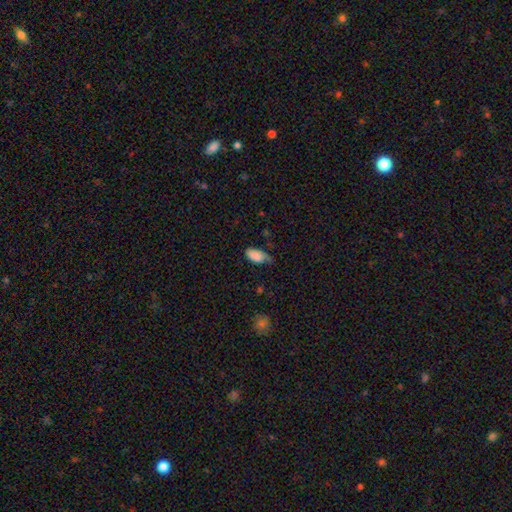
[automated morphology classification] A smooth galaxy with no disk features (83%) that is in between round and cigar-shaped (93%). Merging: minor disturbance (42%).